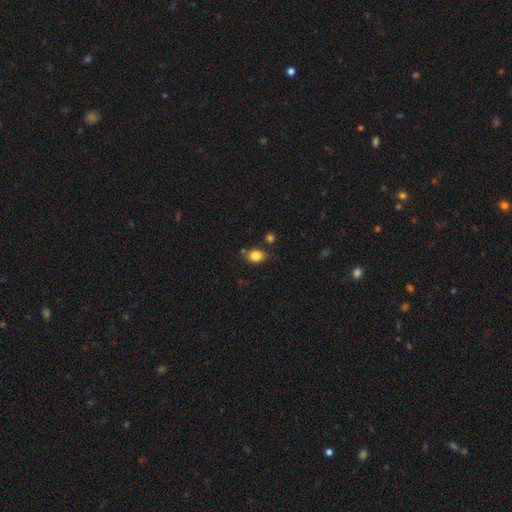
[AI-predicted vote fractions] A smooth galaxy with no disk features (84%) that is in between round and cigar-shaped (65%). Merging: none (75%).